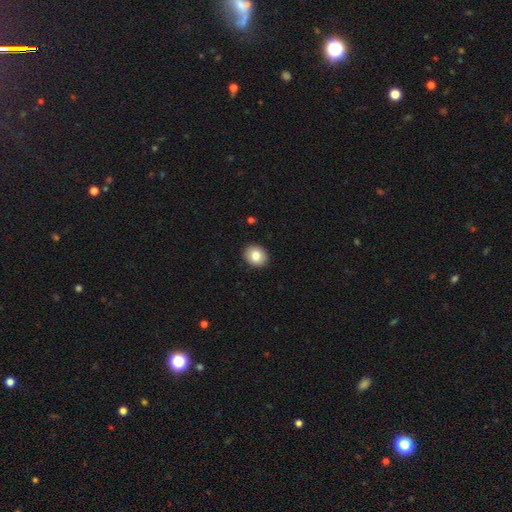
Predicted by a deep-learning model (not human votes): Smooth or featured?
  - smooth: 82% *
  - featured or disk: 10%
  - star or artifact: 8%
How rounded?
  - round: 65% *
  - in between: 34%
  - cigar-shaped: 1%
Merging?
  - none: 91% *
  - minor disturbance: 6%
  - major disturbance: 2%
  - merger: 1%